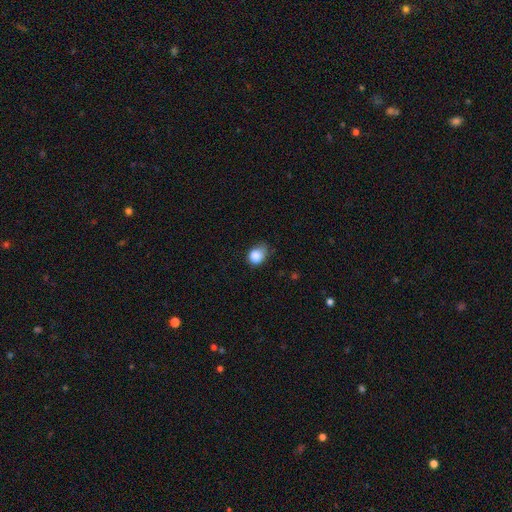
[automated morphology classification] Smooth or featured?
  - smooth: 85% *
  - star or artifact: 9%
  - featured or disk: 6%
How rounded?
  - round: 50% *
  - in between: 49%
  - cigar-shaped: 1%
Merging?
  - none: 46% *
  - minor disturbance: 41%
  - major disturbance: 12%
  - merger: 2%